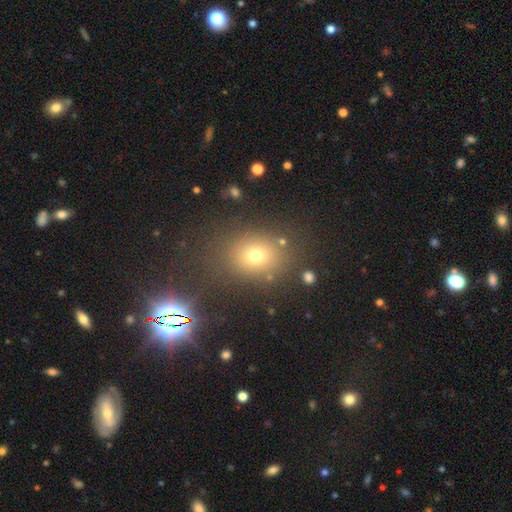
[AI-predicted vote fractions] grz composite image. It shows a smooth galaxy with no disk features (66%) that is round (59%). Merging: none (78%).